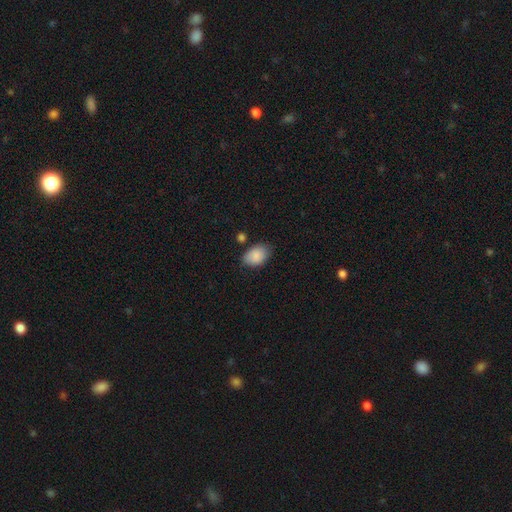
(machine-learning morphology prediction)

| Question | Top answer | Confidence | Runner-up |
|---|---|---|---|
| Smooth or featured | smooth | 88% | star or artifact (7%) |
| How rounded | in between | 88% | round (11%) |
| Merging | none | 74% | minor disturbance (18%) |